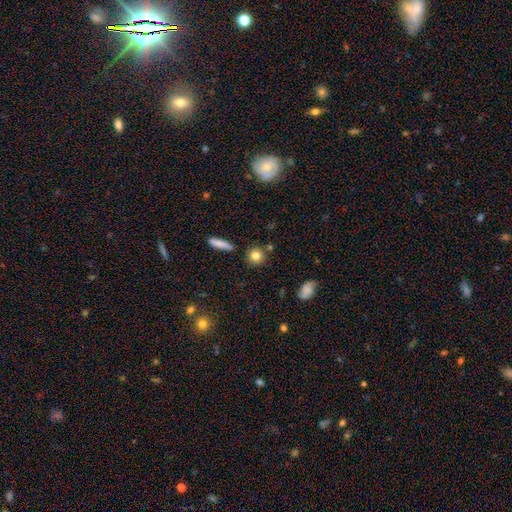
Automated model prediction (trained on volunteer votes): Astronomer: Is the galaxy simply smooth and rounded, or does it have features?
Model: smooth — 80%.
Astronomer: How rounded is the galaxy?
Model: round — 89%.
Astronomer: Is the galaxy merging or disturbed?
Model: none — 84%.